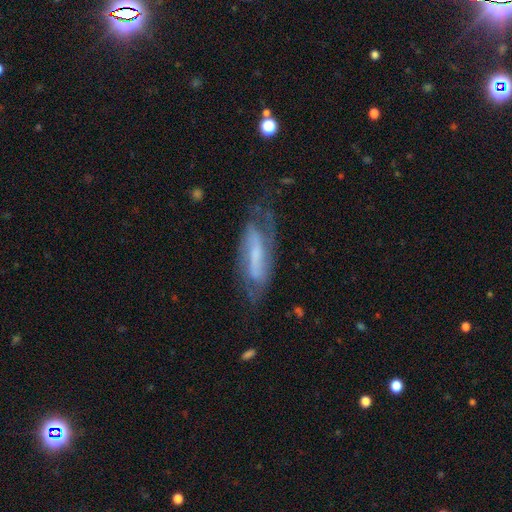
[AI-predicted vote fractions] Morphology: type=featured or disk (73%); edge-on=no (82%); bar=strong (39%, tied with weak); spiral arms=yes (88%); winding=medium (44%); arm count=2 (72%); bulge=small (44%); merging=none (62%).